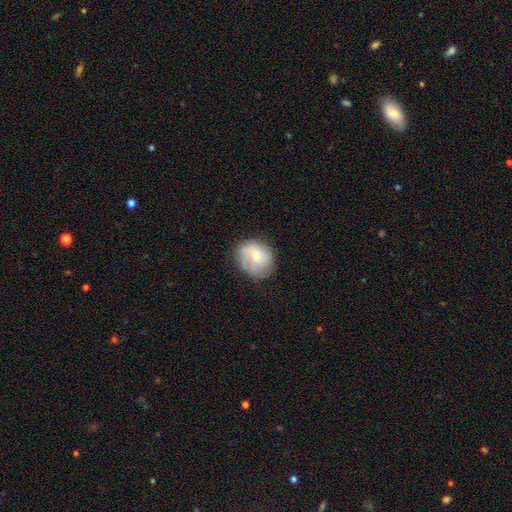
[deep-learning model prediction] Smooth or featured: smooth — 48% (featured or disk — 44%)
Merging: none — 73% (minor disturbance — 19%)